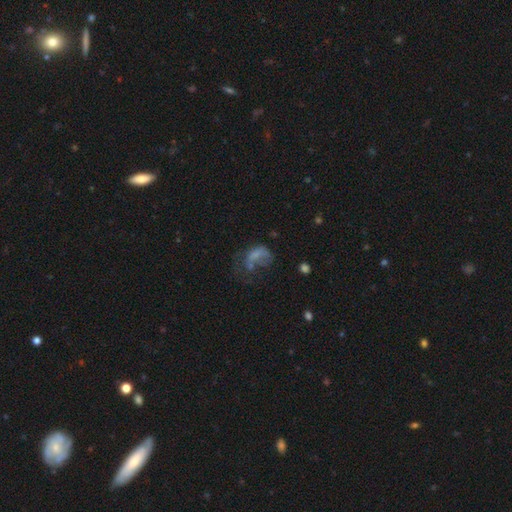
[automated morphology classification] Overall: smooth (49%; featured or disk 35%). Merging: major disturbance (52%; none 20%).